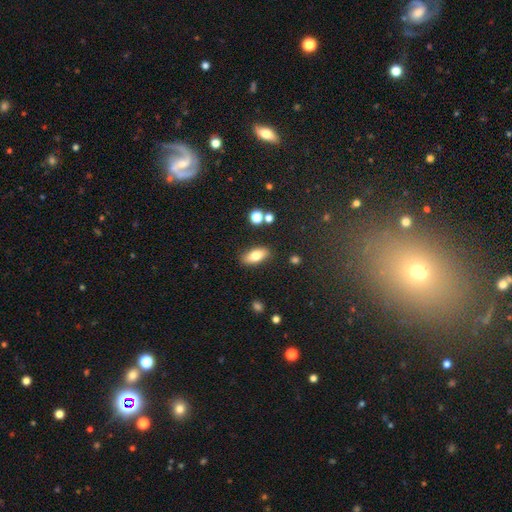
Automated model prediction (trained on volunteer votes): Overall: smooth (75%). How rounded: in between (82%). Merging: none (85%).